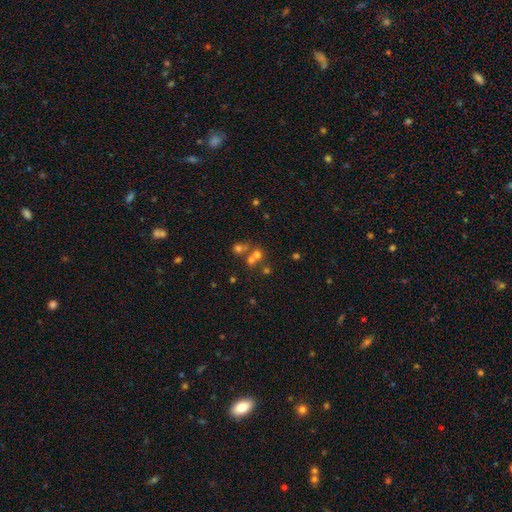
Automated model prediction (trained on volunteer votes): smooth 51%, star or artifact 27%, featured or disk 22%. Down the decision tree: how rounded — round (79%); merging — merger (47%).